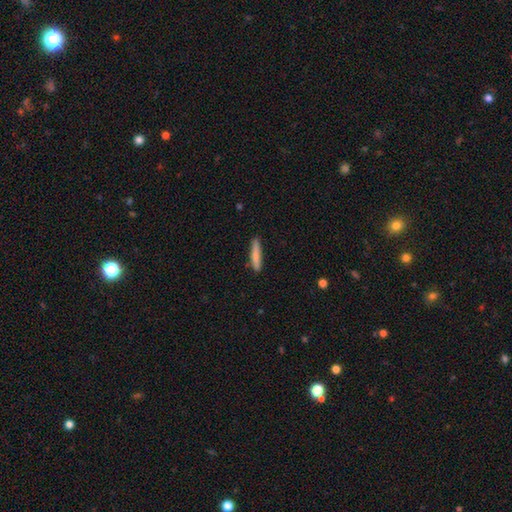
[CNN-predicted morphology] This is clearly a smooth galaxy (81%). How rounded: clearly cigar-shaped (91%). Merging: clearly none (86%).